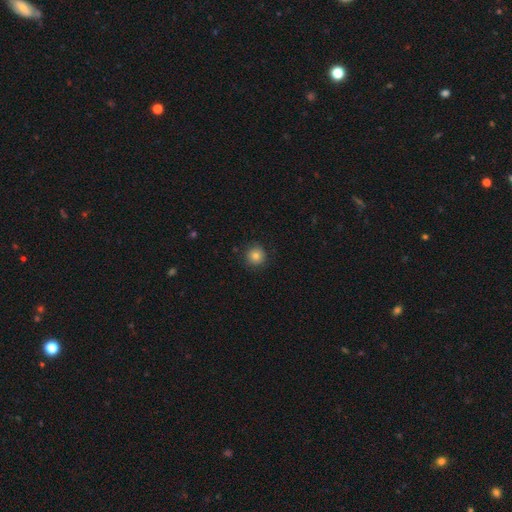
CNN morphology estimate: Q: Smooth or featured?
A: smooth (80%); runner-up: star or artifact (11%)
Q: How rounded?
A: round (94%); runner-up: in between (5%)
Q: Merging?
A: none (89%); runner-up: minor disturbance (8%)